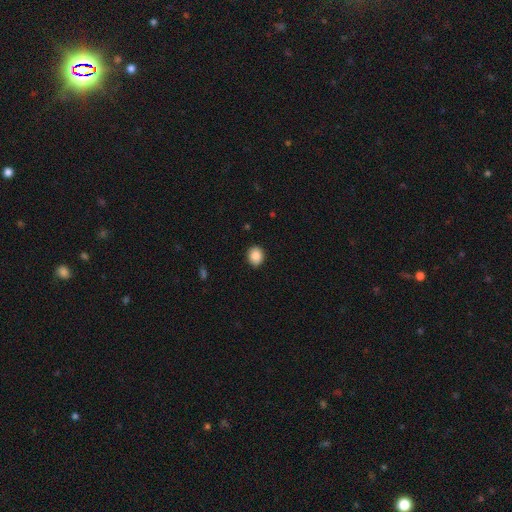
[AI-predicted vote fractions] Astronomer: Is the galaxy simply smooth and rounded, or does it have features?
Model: smooth — 87%.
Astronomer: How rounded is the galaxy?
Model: round — 62%.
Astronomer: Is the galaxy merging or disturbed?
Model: none — 89%.